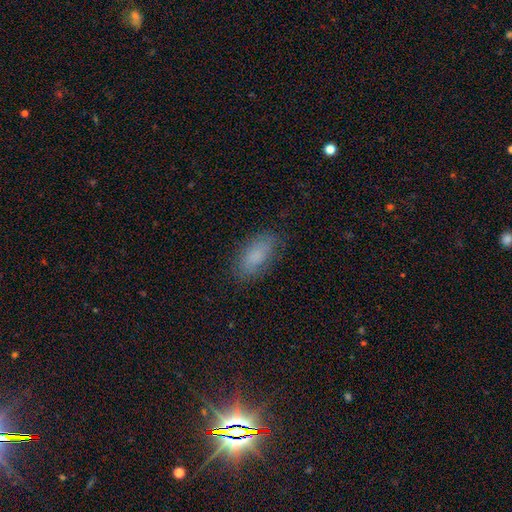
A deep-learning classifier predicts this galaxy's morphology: smooth-or-featured: smooth: 81% | featured or disk: 11% | star or artifact: 8%
  how-rounded: in between: 90% | cigar-shaped: 6% | round: 3%
  merging: none: 80% | minor disturbance: 15% | major disturbance: 4% | merger: 1%